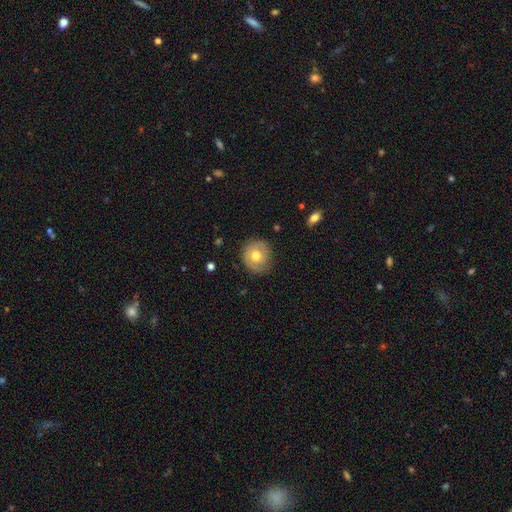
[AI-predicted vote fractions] smooth-or-featured: smooth: 60% | featured or disk: 33% | star or artifact: 7%
  how-rounded: round: 86% | in between: 13% | cigar-shaped: 1%
  merging: none: 76% | minor disturbance: 18% | major disturbance: 5% | merger: 1%